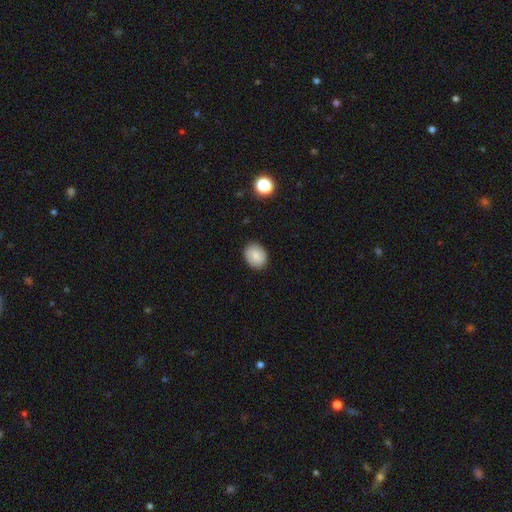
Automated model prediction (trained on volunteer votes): smooth 83%, featured or disk 9%, star or artifact 8%. Down the decision tree: how rounded — in between (51%); merging — none (88%).